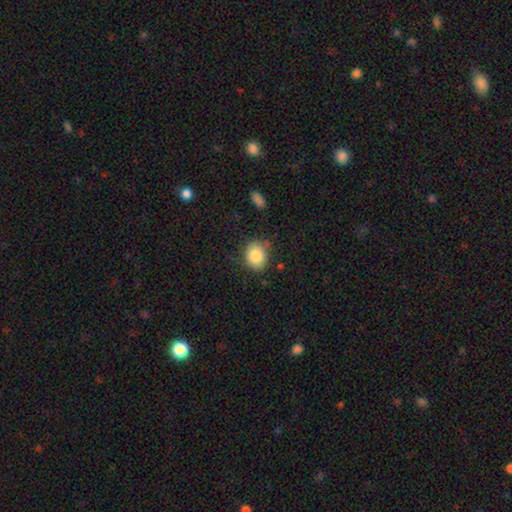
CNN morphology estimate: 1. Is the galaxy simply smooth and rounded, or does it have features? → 84% smooth, 9% star or artifact, 7% featured or disk.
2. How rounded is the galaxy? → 50% round, 49% in between, 1% cigar-shaped.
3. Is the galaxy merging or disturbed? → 79% none, 15% minor disturbance, 4% major disturbance, 3% merger.